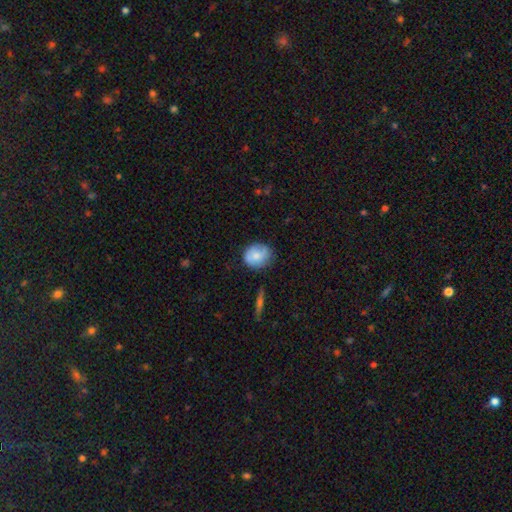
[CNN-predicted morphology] A smooth galaxy with no disk features (74%) that is round (70%). Merging: none (70%).